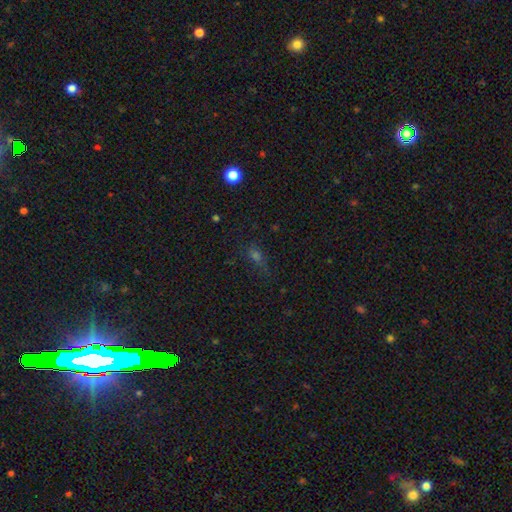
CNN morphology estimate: This appears to be a smooth galaxy with no disk features (46%). Merging: none (60%).